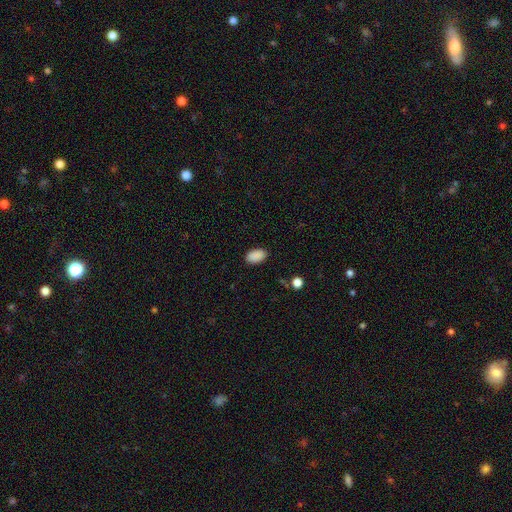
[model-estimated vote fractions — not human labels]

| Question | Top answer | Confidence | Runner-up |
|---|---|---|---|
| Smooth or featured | smooth | 89% | star or artifact (8%) |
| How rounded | in between | 92% | round (6%) |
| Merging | none | 88% | minor disturbance (9%) |